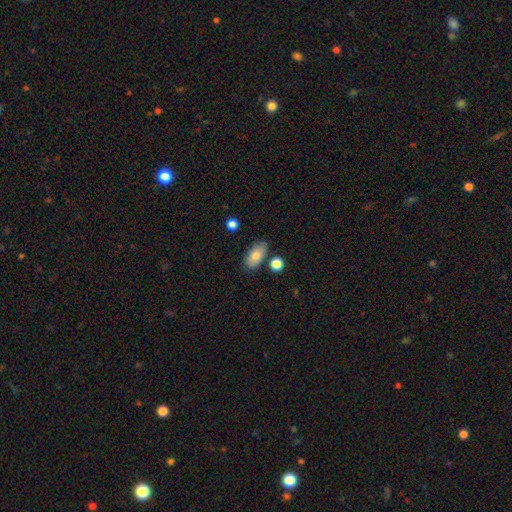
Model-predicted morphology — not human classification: type=smooth (80%); roundness=in between (90%); merging=none (77%).